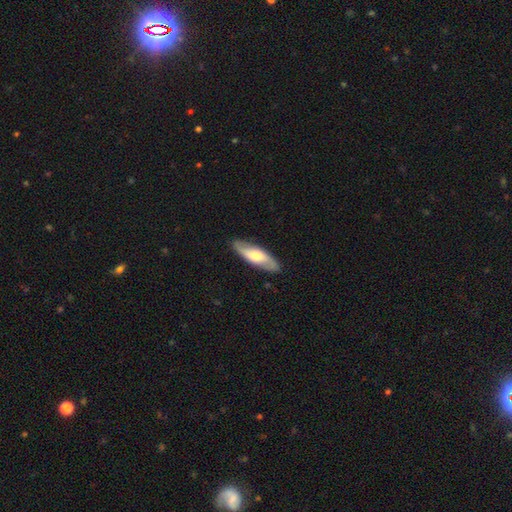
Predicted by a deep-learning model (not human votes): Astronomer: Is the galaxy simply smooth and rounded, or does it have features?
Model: featured or disk — 57% (runner-up: smooth, 39%).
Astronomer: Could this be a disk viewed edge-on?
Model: no — 70%.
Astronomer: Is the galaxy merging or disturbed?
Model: none — 87%.